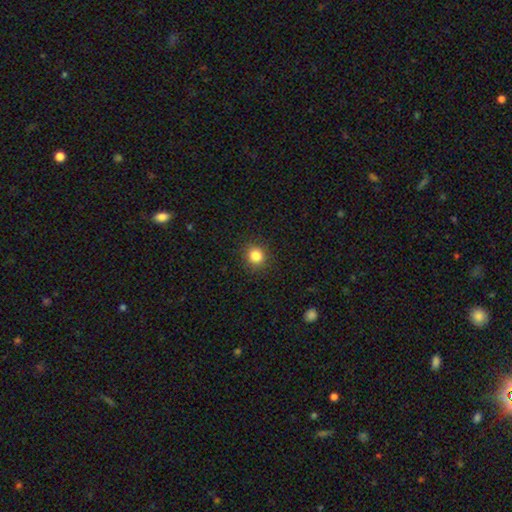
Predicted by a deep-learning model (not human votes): This appears to be a smooth galaxy with no disk features (84%) that is round (90%). Merging: none (90%).